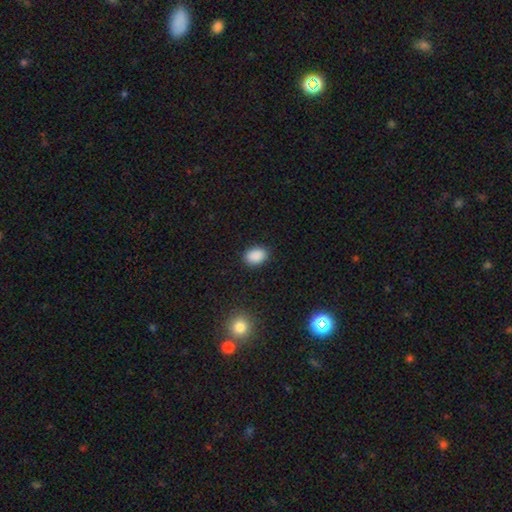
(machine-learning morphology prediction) Smooth or featured? smooth (89%)
How rounded? in between (79%)
Merging? none (88%)